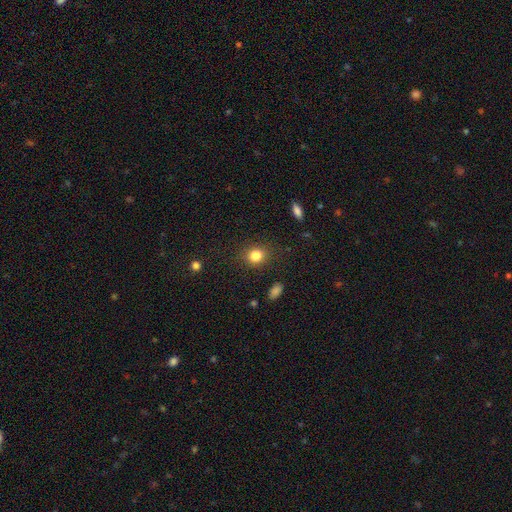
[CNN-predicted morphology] Smooth or featured? Predicted: smooth (p=0.83). How rounded? Predicted: round (p=0.70). Merging? Predicted: none (p=0.85).